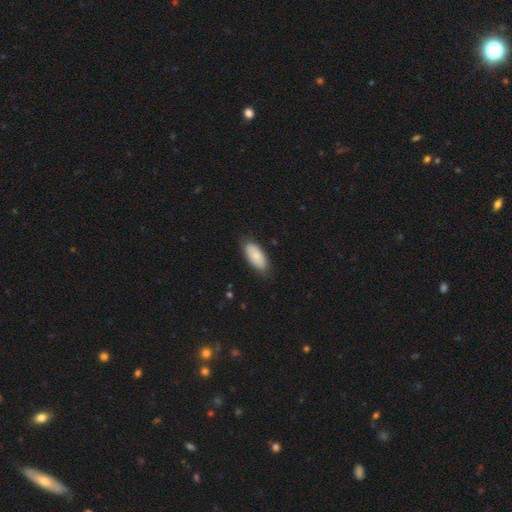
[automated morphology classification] Smooth or featured? Predicted: smooth (p=0.81). How rounded? Predicted: in between (p=0.90). Merging? Predicted: none (p=0.79).